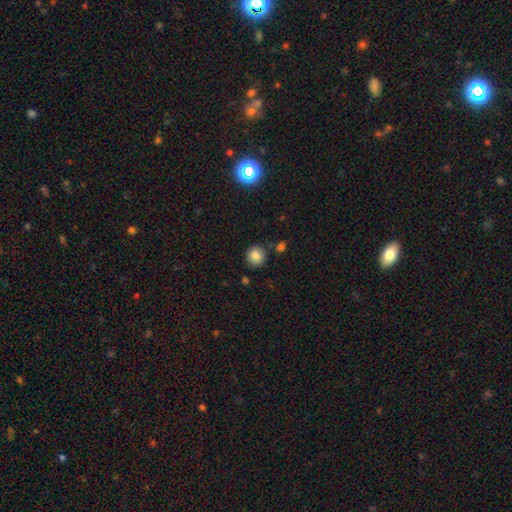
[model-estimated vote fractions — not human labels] Q: Smooth or featured?
A: smooth (84%); runner-up: star or artifact (10%)
Q: How rounded?
A: round (90%); runner-up: in between (9%)
Q: Merging?
A: none (84%); runner-up: minor disturbance (9%)